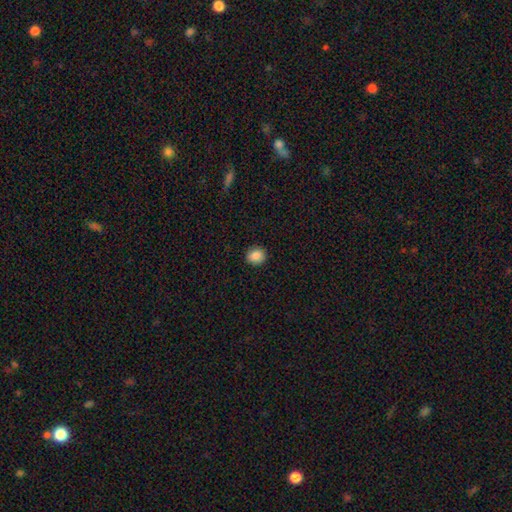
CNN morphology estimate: Smooth or featured: smooth — 86% (star or artifact — 9%)
How rounded: round — 80% (in between — 20%)
Merging: none — 92% (minor disturbance — 6%)